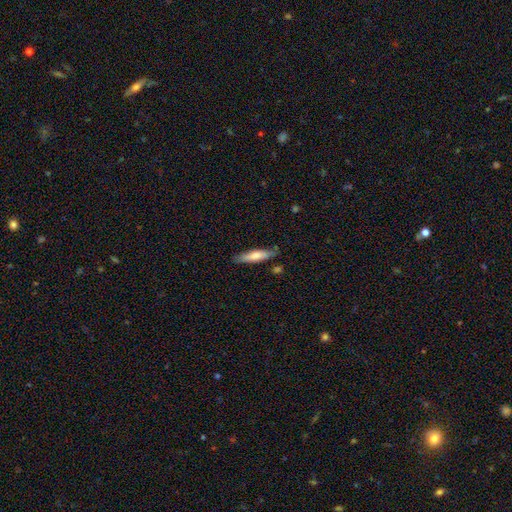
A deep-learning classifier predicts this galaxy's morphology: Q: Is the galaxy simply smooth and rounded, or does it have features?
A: smooth — 68%.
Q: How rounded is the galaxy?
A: cigar-shaped — 79%.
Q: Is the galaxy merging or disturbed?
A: none — 82%.